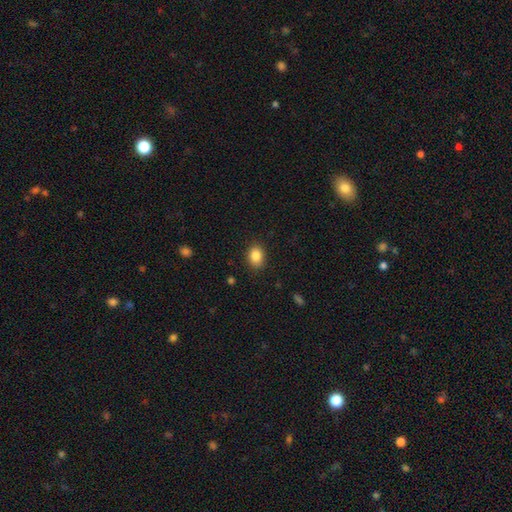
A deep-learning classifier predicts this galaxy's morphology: This is clearly a smooth galaxy (86%). How rounded: likely in between (65%). Merging: clearly none (87%).